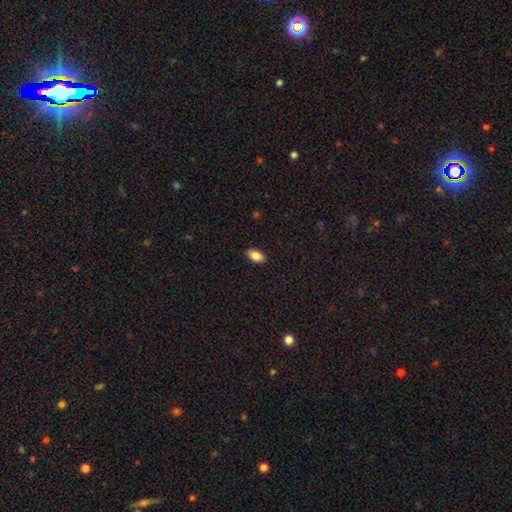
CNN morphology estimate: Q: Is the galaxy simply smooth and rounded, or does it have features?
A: smooth — 87%.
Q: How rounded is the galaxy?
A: in between — 93%.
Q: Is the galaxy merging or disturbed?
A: none — 89%.